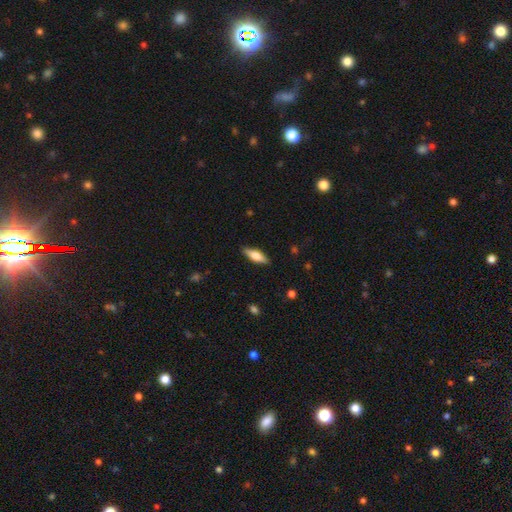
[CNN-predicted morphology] Smooth or featured?
  - smooth: 58% *
  - featured or disk: 36%
  - star or artifact: 6%
How rounded?
  - in between: 50% *
  - cigar-shaped: 48%
  - round: 2%
Merging?
  - none: 87% *
  - minor disturbance: 10%
  - major disturbance: 2%
  - merger: 1%